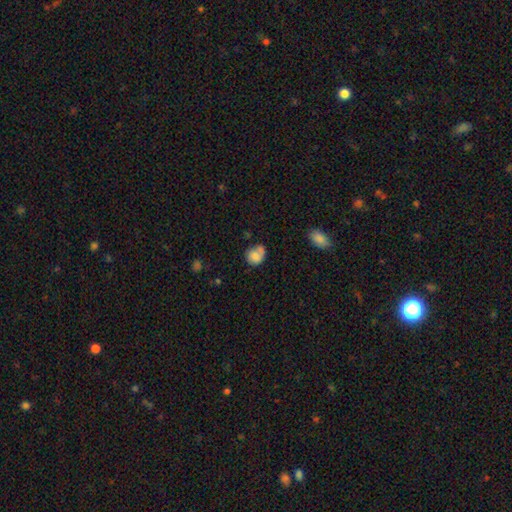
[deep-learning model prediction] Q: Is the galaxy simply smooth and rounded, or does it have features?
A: smooth — 71%.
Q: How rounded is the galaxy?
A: round — 65%.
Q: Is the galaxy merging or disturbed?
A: none — 48%.